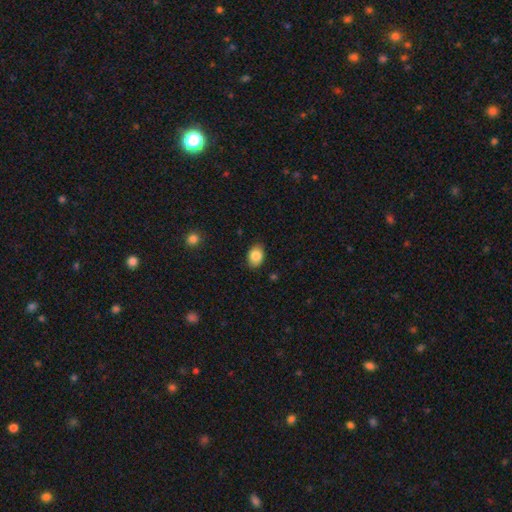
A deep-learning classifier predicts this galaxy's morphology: Smooth or featured? smooth (86%)
How rounded? in between (75%)
Merging? none (86%)